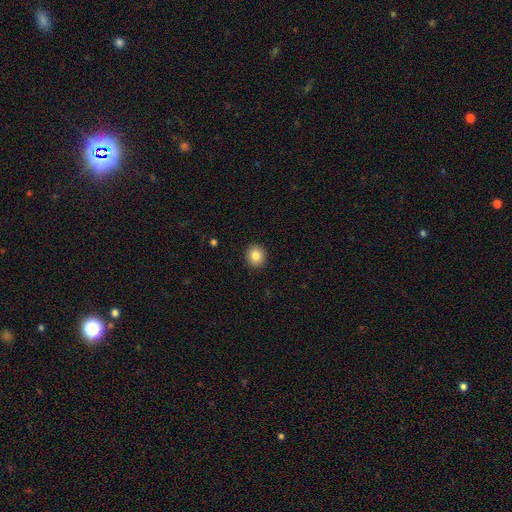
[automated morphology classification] A smooth galaxy with no disk features (85%) that is round (86%).

Vote fractions:
- Smooth or featured? smooth: 85% / star or artifact: 9% / featured or disk: 6%
- How rounded? round: 86% / in between: 13% / cigar-shaped: 1%
- Merging? none: 92% / minor disturbance: 5% / major disturbance: 2% / merger: 1%